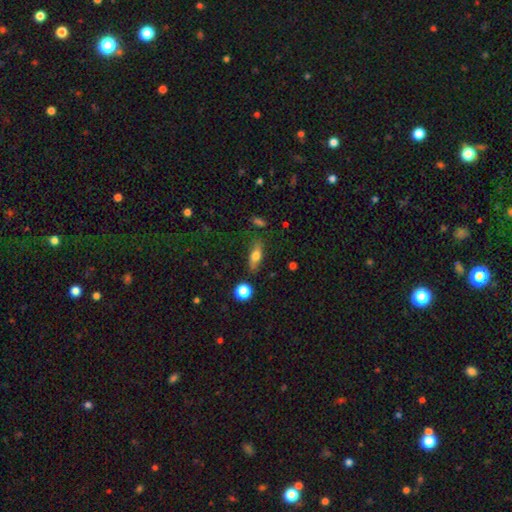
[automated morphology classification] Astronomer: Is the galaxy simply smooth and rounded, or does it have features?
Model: smooth — 69%.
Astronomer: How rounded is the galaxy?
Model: in between — 66%.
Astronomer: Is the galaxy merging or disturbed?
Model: none — 74%.